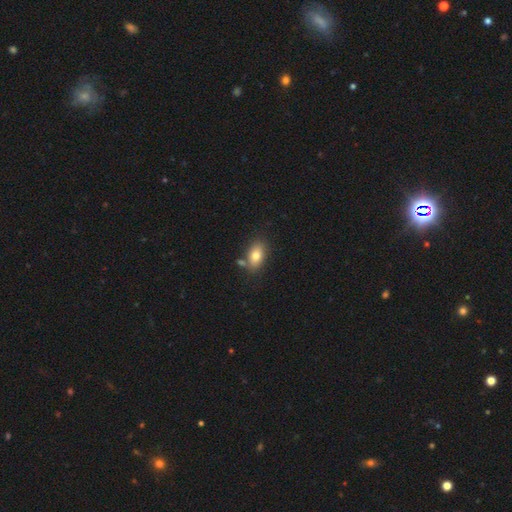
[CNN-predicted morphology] type=smooth (79%); roundness=in between (86%); merging=none (70%).